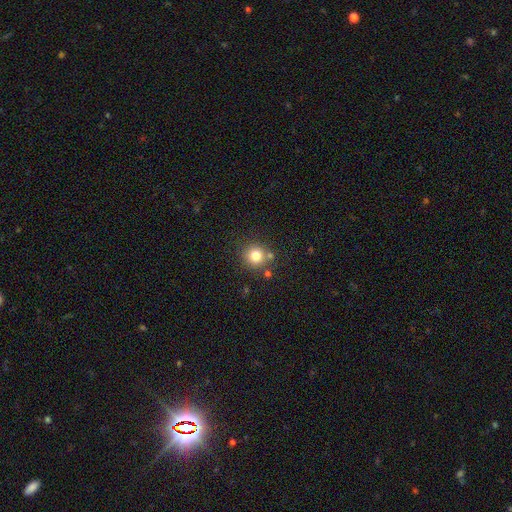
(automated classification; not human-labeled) Smooth or featured: smooth — 79% (star or artifact — 13%)
How rounded: round — 93% (in between — 6%)
Merging: none — 76% (merger — 12%)